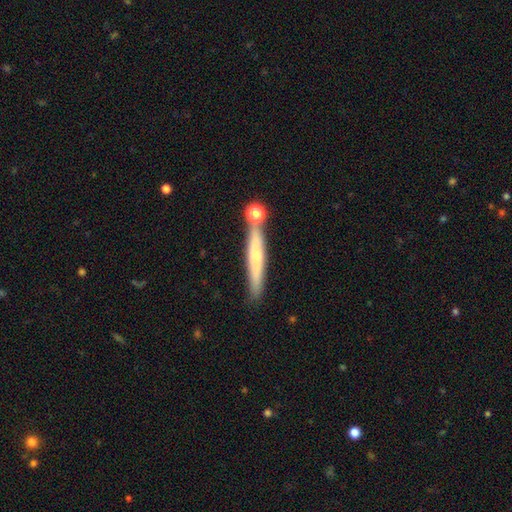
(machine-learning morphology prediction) The model was most divided on "smooth or featured": smooth: 52%, featured or disk: 41%, star or artifact: 7%. More confident: how rounded — cigar-shaped (93%); merging — none (72%).